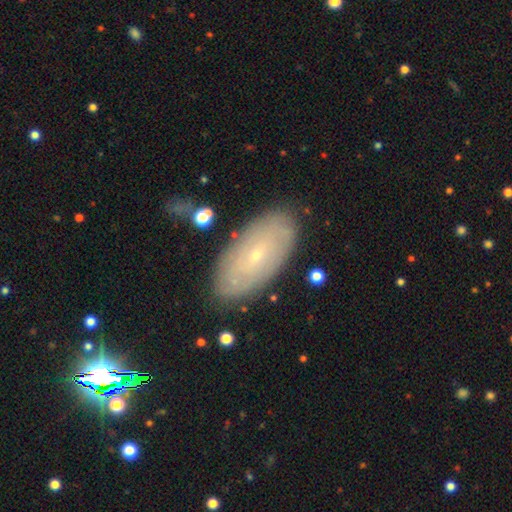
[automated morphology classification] A featured or disk galaxy (58%) with no bar (73%), spiral arms (65%) and a small central bulge (86%). Merging: none (85%).